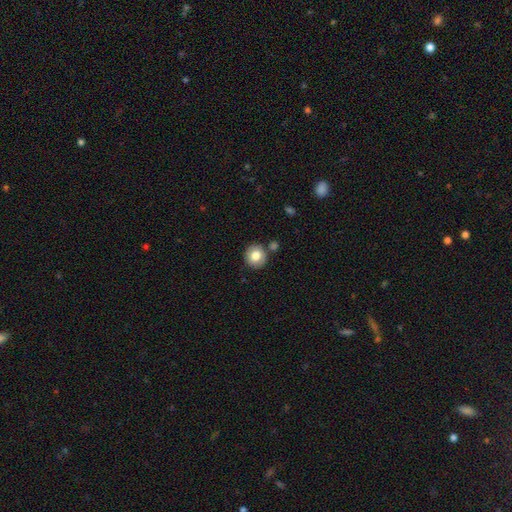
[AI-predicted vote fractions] Smooth or featured: smooth — 79% (featured or disk — 13%)
How rounded: round — 90% (in between — 9%)
Merging: none — 81% (minor disturbance — 9%)